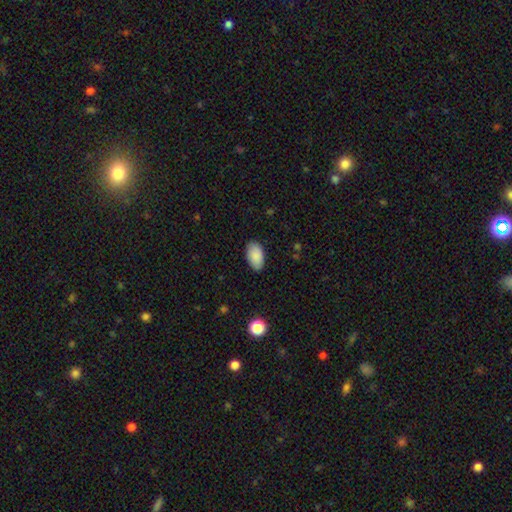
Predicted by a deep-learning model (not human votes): Smooth or featured: smooth — 89% (star or artifact — 6%)
How rounded: in between — 95% (round — 4%)
Merging: none — 85% (minor disturbance — 11%)